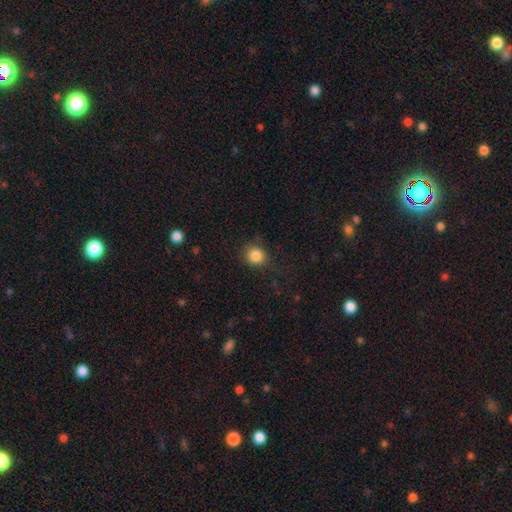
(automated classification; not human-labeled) Smooth or featured? smooth (85%)
How rounded? round (85%)
Merging? none (76%)